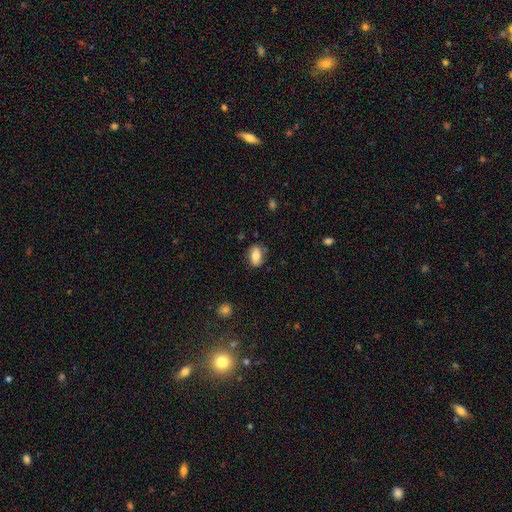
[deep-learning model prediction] A smooth galaxy with no disk features (77%) that is in between round and cigar-shaped (87%). Merging: none (78%).